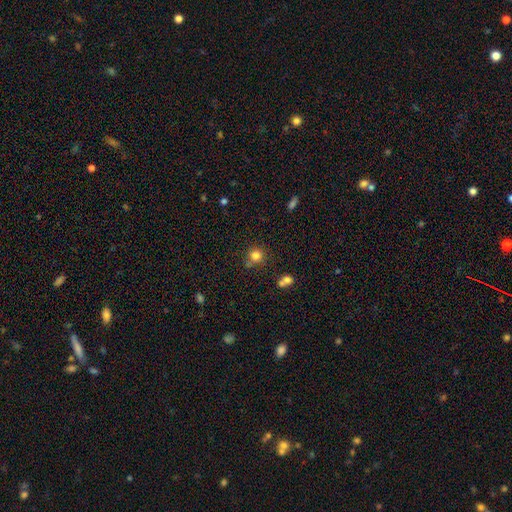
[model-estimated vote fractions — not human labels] A smooth galaxy with no disk features (81%) that is round (88%). Merging: none (69%).